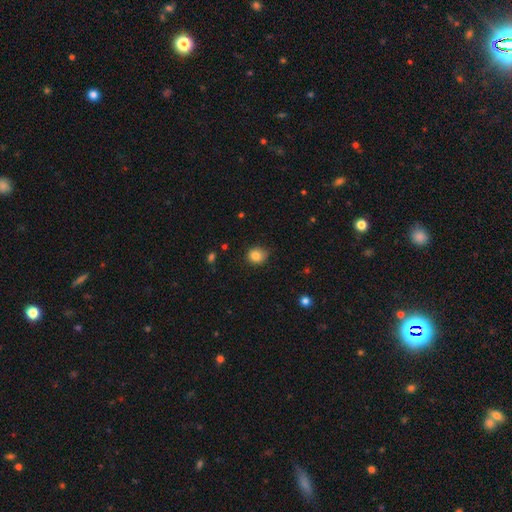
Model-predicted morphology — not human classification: Smooth or featured? Predicted: smooth (p=0.83). How rounded? Predicted: round (p=0.78). Merging? Predicted: none (p=0.78).